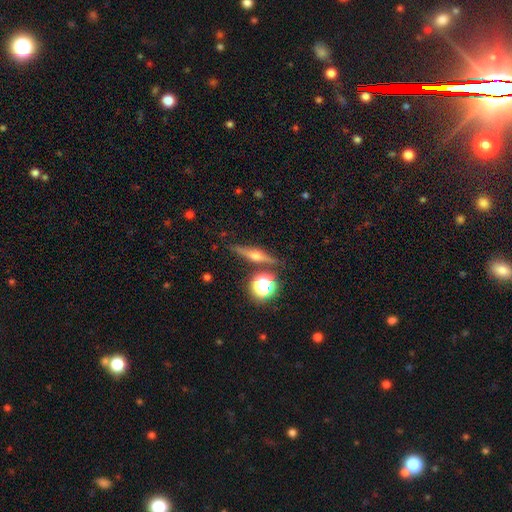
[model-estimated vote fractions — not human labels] featured or disk 67%, smooth 21%, star or artifact 12%. Down the decision tree: edge-on disk — yes (95%); edge-on bulge — rounded (94%); merging — none (84%).